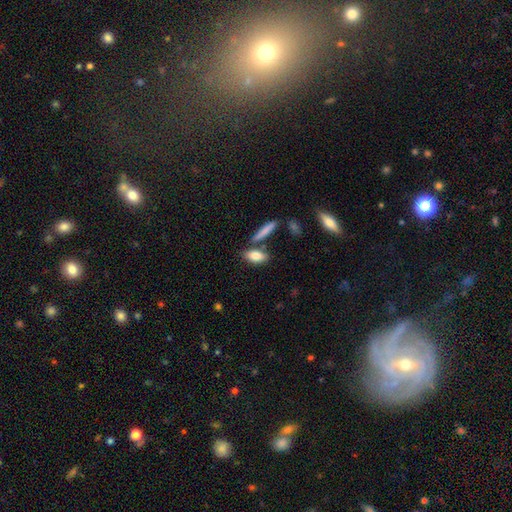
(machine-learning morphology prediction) smooth_or_featured: smooth (p=0.82) [alt: featured or disk p=0.12]
how_rounded: in between (p=0.78) [alt: cigar-shaped p=0.17]
merging: none (p=0.67) [alt: merger p=0.17]